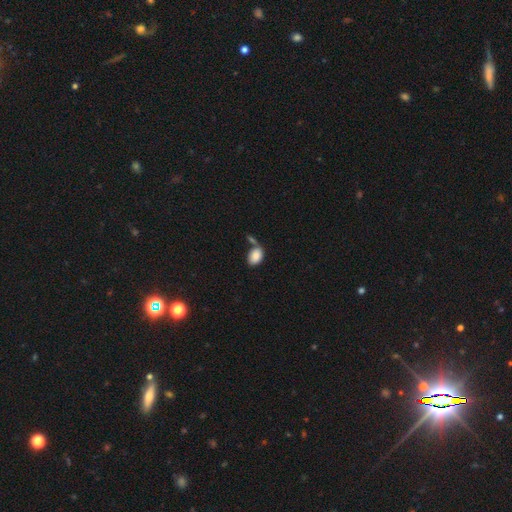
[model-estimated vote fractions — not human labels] Smooth or featured?
  - smooth: 86% *
  - star or artifact: 8%
  - featured or disk: 6%
How rounded?
  - in between: 86% *
  - round: 12%
  - cigar-shaped: 1%
Merging?
  - none: 52% *
  - merger: 26%
  - minor disturbance: 16%
  - major disturbance: 6%